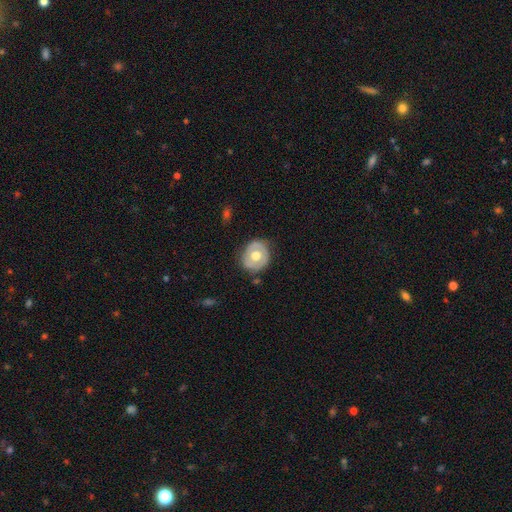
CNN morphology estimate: The model was most divided on "smooth or featured": smooth: 48%, featured or disk: 46%, star or artifact: 6%. More confident: merging — none (78%).